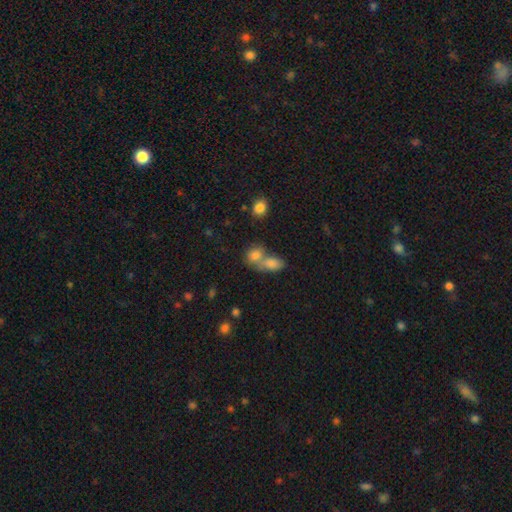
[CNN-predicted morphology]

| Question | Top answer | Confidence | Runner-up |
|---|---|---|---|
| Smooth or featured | smooth | 79% | star or artifact (11%) |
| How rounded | in between | 63% | round (35%) |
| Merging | merger | 58% | none (30%) |